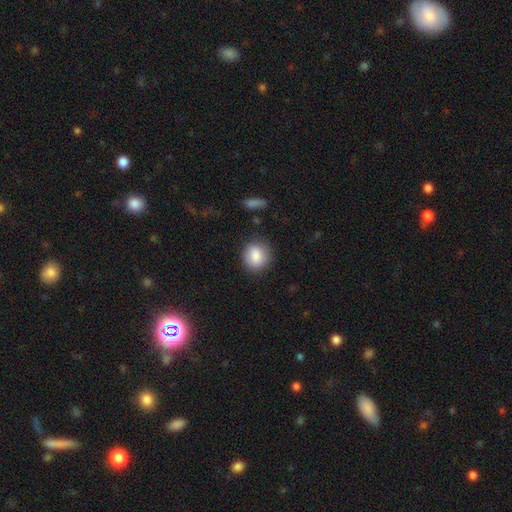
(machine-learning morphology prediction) A smooth galaxy with no disk features (86%) that is round (77%).

Vote fractions:
- Smooth or featured? smooth: 86% / star or artifact: 8% / featured or disk: 6%
- How rounded? round: 77% / in between: 22% / cigar-shaped: 1%
- Merging? none: 82% / minor disturbance: 13% / major disturbance: 3% / merger: 2%